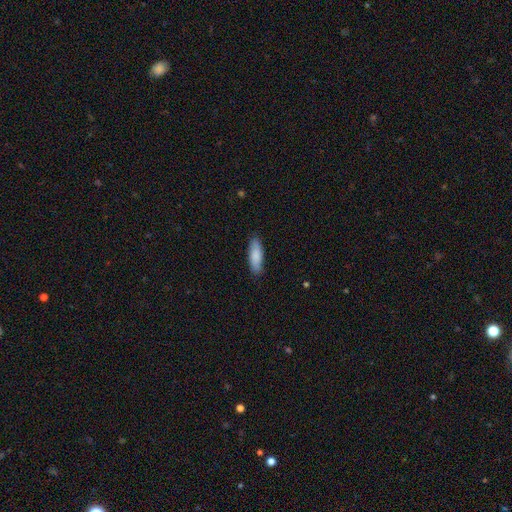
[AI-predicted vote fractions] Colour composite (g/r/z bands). It shows a smooth galaxy with no disk features (84%) that is in between round and cigar-shaped (53%). Merging: none (86%).